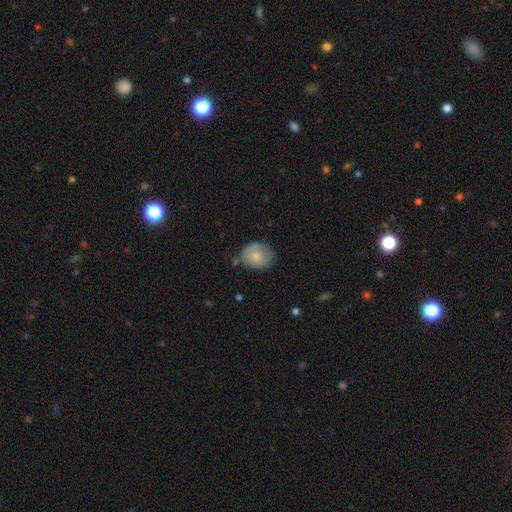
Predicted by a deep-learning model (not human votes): Smooth or featured? smooth (69%)
How rounded? round (64%)
Merging? none (58%)